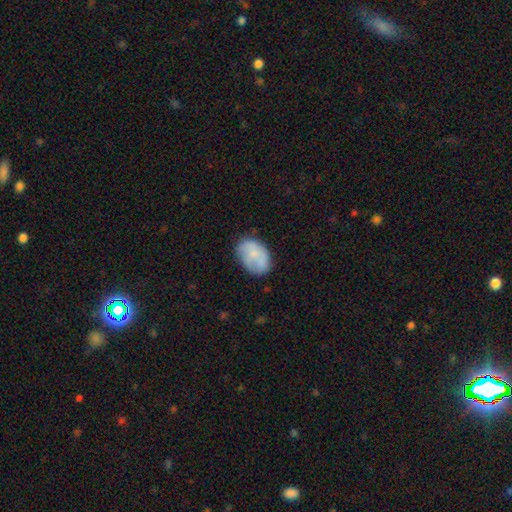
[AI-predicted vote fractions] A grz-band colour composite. It shows a smooth galaxy with no disk features (68%) that is in between round and cigar-shaped (79%). Merging: none (61%).